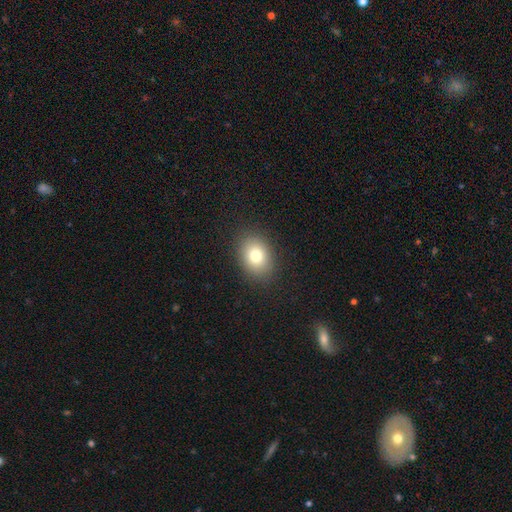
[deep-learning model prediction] This appears to be a smooth galaxy with no disk features (80%) that is in between round and cigar-shaped (66%). Merging: none (88%).